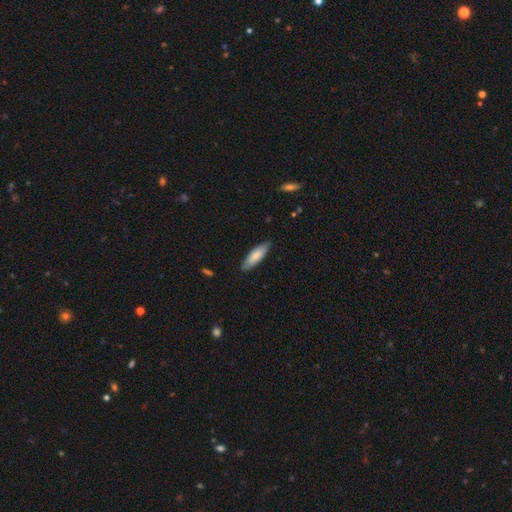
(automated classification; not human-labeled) smooth-or-featured: smooth: 80% | featured or disk: 15% | star or artifact: 6%
  how-rounded: in between: 53% | cigar-shaped: 46% | round: 1%
  merging: none: 85% | minor disturbance: 12% | major disturbance: 2% | merger: 1%